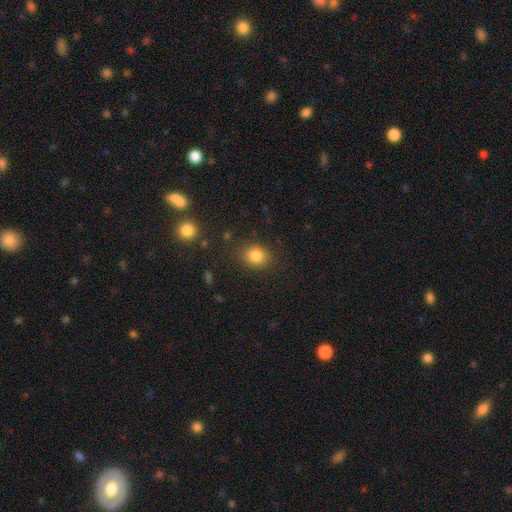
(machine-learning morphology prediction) A smooth galaxy with no disk features (83%) that is round (61%).

Vote fractions:
- Smooth or featured? smooth: 83% / star or artifact: 11% / featured or disk: 6%
- How rounded? round: 61% / in between: 38% / cigar-shaped: 1%
- Merging? none: 82% / minor disturbance: 12% / major disturbance: 4% / merger: 2%